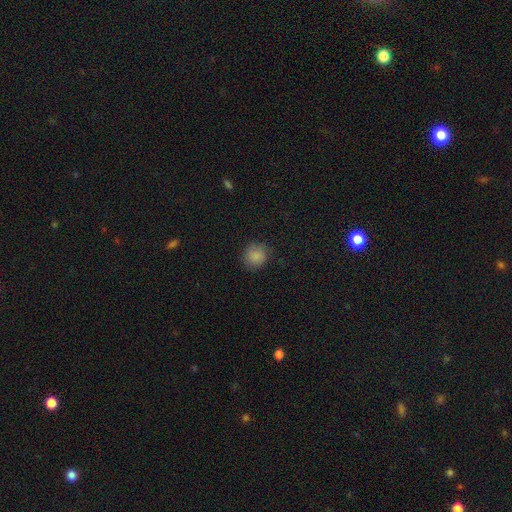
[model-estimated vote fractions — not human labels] This appears to be a smooth galaxy with no disk features (86%) that is round (85%). Merging: none (82%).